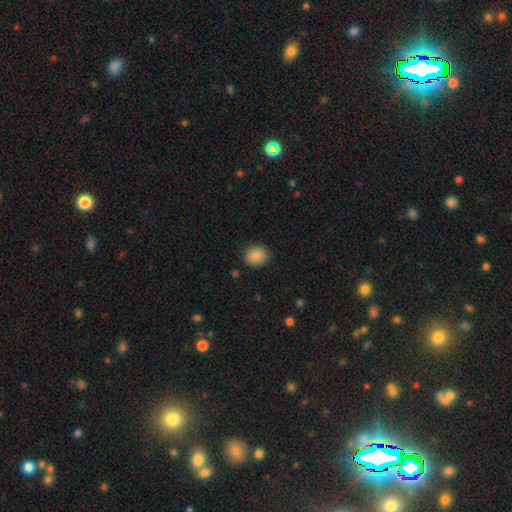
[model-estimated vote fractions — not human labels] Q: Smooth or featured?
A: smooth (85%); runner-up: star or artifact (9%)
Q: How rounded?
A: round (78%); runner-up: in between (21%)
Q: Merging?
A: none (87%); runner-up: minor disturbance (9%)